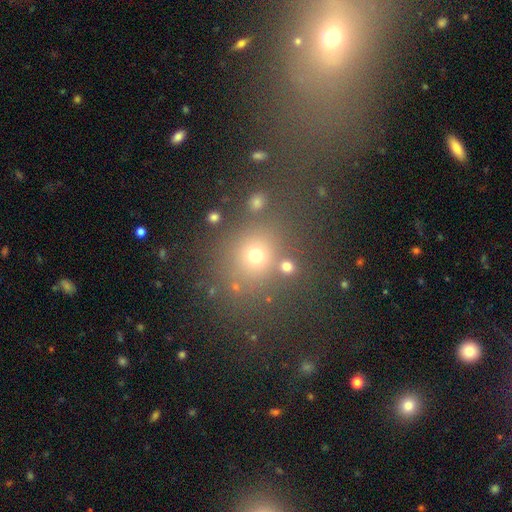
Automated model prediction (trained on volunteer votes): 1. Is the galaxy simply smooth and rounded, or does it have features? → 63% smooth, 27% star or artifact, 10% featured or disk.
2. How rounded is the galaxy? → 79% round, 20% in between, 2% cigar-shaped.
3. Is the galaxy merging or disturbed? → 69% none, 12% merger, 11% minor disturbance, 8% major disturbance.